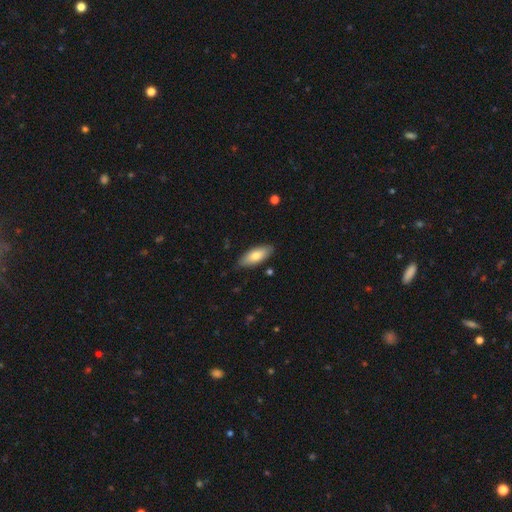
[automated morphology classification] Q: Smooth or featured?
A: smooth (76%); runner-up: featured or disk (18%)
Q: How rounded?
A: in between (78%); runner-up: cigar-shaped (20%)
Q: Merging?
A: none (85%); runner-up: minor disturbance (11%)